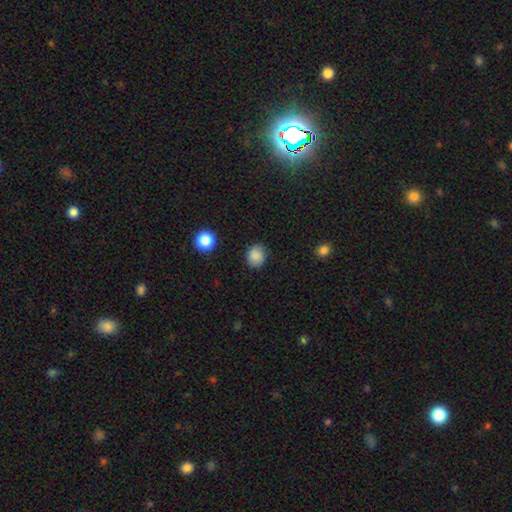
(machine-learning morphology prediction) This appears to be a smooth galaxy with no disk features (86%) that is round (71%). Merging: none (84%).